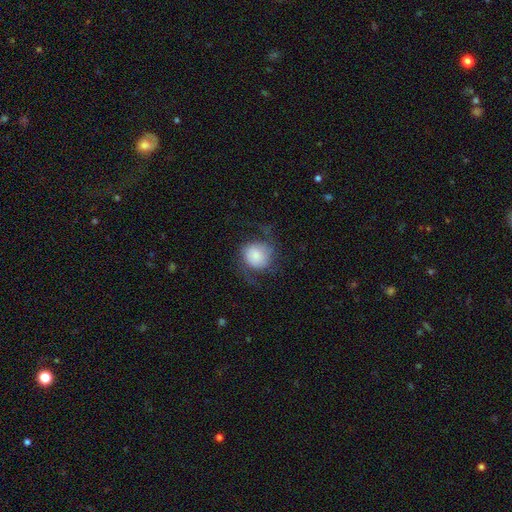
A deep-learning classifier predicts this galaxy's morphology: A smooth galaxy with no disk features (51%) that is round (81%).

Vote fractions:
- Smooth or featured? smooth: 51% / featured or disk: 40% / star or artifact: 9%
- How rounded? round: 81% / in between: 18% / cigar-shaped: 1%
- Merging? none: 53% / major disturbance: 24% / minor disturbance: 21% / merger: 2%